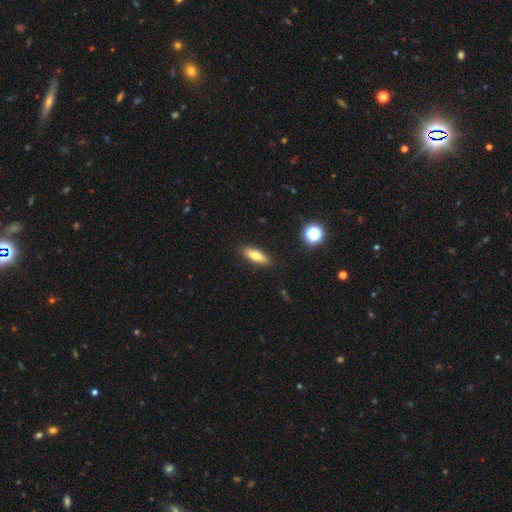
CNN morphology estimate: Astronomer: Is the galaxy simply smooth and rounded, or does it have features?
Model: smooth — 70%.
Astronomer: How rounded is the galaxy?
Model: in between — 51% (runner-up: cigar-shaped, 46%).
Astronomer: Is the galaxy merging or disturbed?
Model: none — 89%.